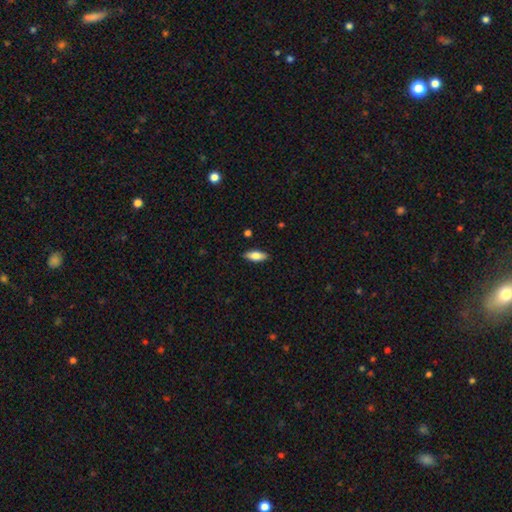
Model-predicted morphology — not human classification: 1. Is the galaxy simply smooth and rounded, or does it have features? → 78% smooth, 16% featured or disk, 6% star or artifact.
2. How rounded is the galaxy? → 76% in between, 22% cigar-shaped, 2% round.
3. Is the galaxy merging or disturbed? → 88% none, 9% minor disturbance, 2% major disturbance, 1% merger.